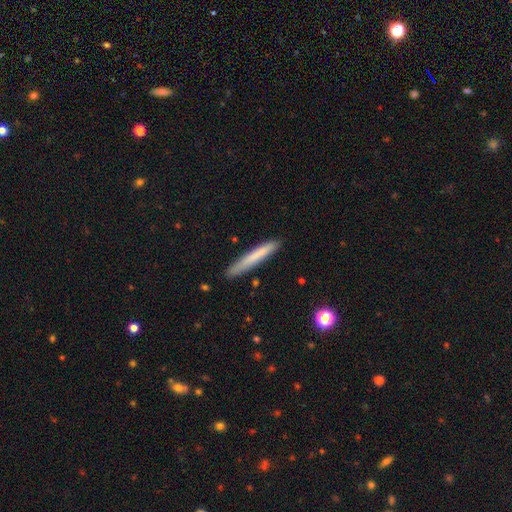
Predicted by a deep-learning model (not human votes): This appears to be a smooth galaxy with no disk features (72%) that is cigar-shaped (96%). Merging: none (88%).